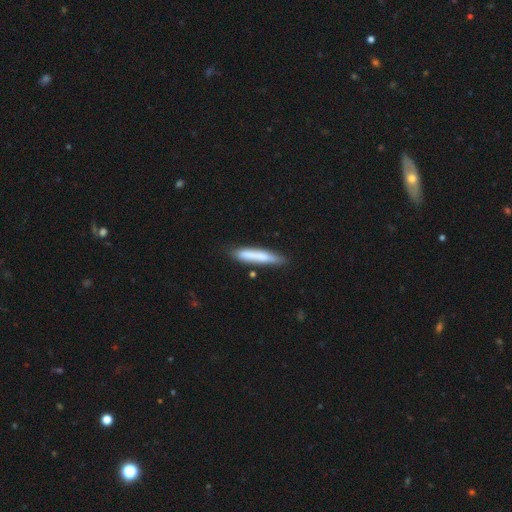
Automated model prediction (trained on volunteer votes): Smooth or featured? Predicted: smooth (p=0.72). How rounded? Predicted: cigar-shaped (p=0.90). Merging? Predicted: none (p=0.77).